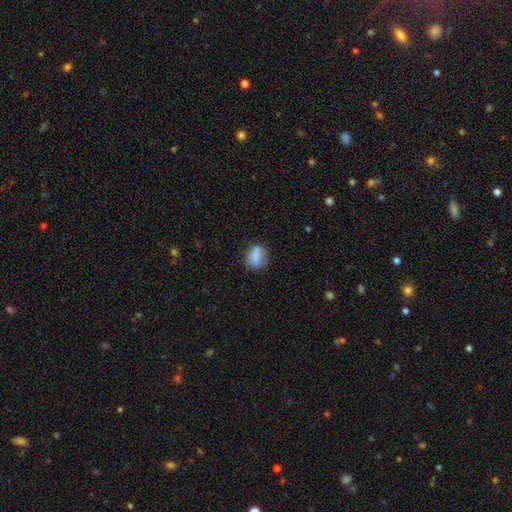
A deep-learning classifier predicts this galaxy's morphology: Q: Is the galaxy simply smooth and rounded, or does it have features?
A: smooth — 80%.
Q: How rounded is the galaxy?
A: in between — 58%.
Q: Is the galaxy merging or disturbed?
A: none — 74%.